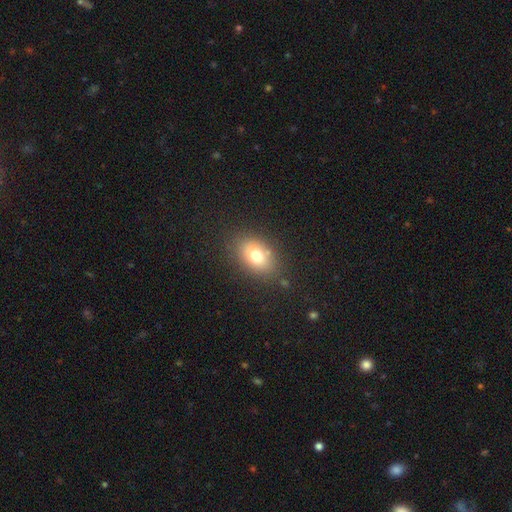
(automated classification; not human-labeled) A smooth galaxy with no disk features (75%) that is in between round and cigar-shaped (75%). Merging: none (80%).